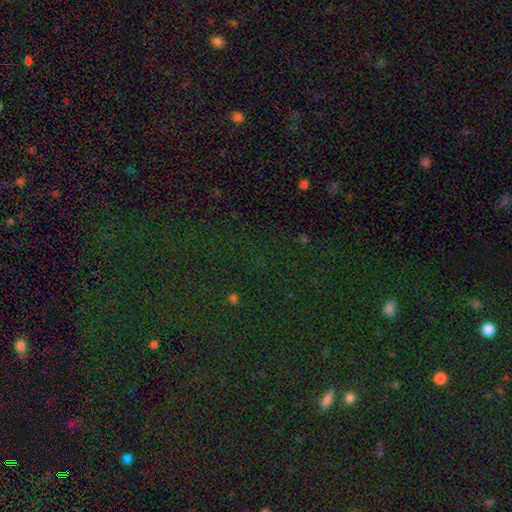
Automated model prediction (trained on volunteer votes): A star or artifact, not a galaxy (79%).

Vote fractions:
- Smooth or featured? star or artifact: 79% / smooth: 13% / featured or disk: 8%